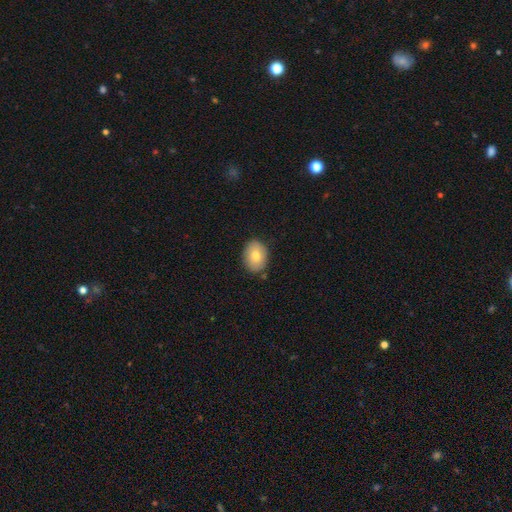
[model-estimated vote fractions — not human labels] Smooth or featured?
  - smooth: 78% *
  - featured or disk: 15%
  - star or artifact: 7%
How rounded?
  - in between: 67% *
  - round: 32%
  - cigar-shaped: 1%
Merging?
  - none: 84% *
  - minor disturbance: 12%
  - major disturbance: 2%
  - merger: 2%